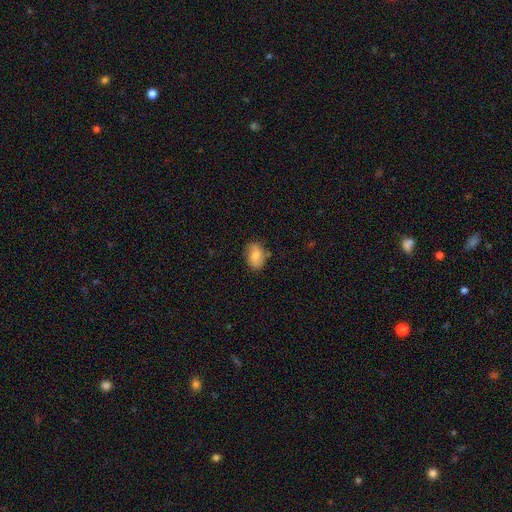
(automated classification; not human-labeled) This is likely a smooth galaxy (72%). How rounded: clearly in between (81%). Merging: likely none (69%).